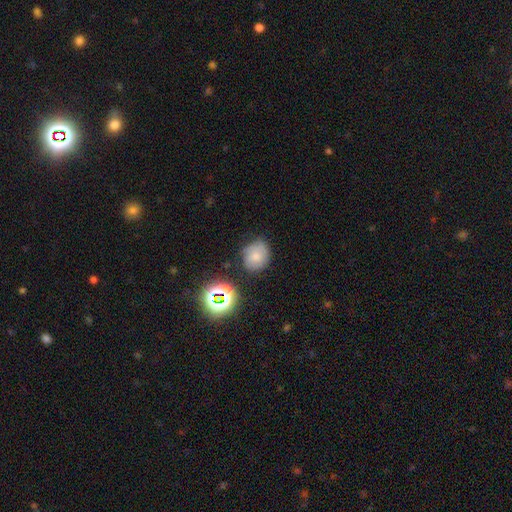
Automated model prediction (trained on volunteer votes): Smooth or featured: smooth — 64% (featured or disk — 19%)
How rounded: round — 76% (in between — 23%)
Merging: none — 64% (minor disturbance — 25%)